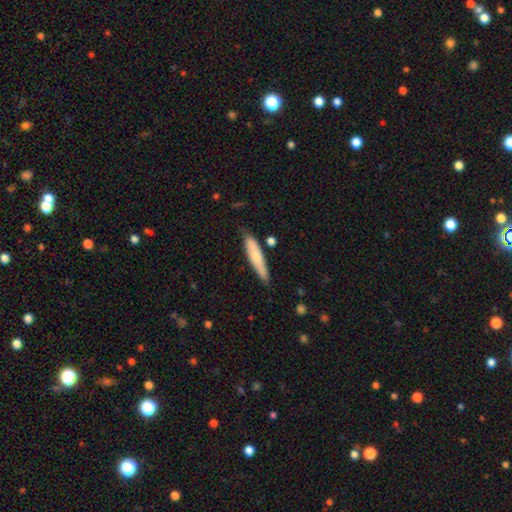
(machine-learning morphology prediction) This is likely a smooth galaxy (60%). How rounded: clearly cigar-shaped (82%). Merging: likely none (76%).